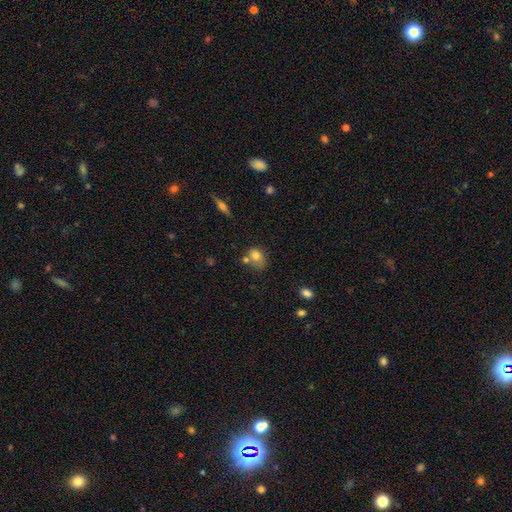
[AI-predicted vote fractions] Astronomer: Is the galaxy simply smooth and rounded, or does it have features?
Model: smooth — 74%.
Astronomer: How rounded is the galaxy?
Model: in between — 65%.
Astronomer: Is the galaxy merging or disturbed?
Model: none — 44% (runner-up: merger, 26%).